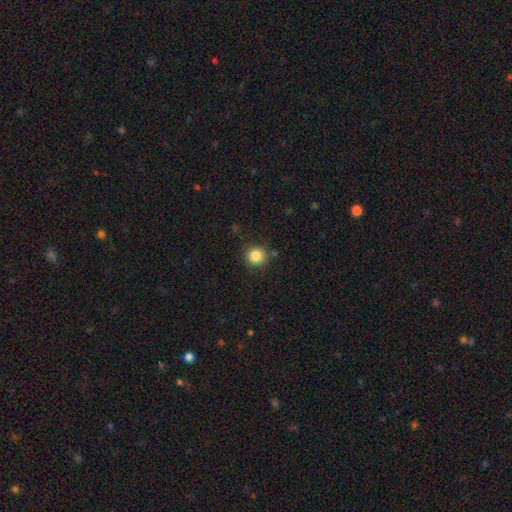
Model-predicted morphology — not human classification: The model was most divided on "smooth or featured": smooth: 85%, star or artifact: 10%, featured or disk: 5%. More confident: how rounded — round (91%); merging — none (86%).